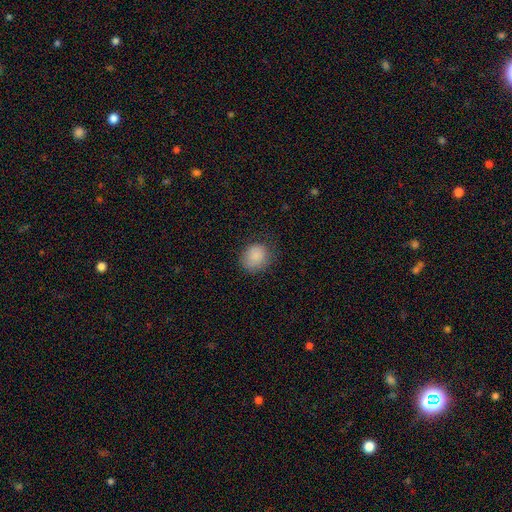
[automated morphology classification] smooth_or_featured: smooth (p=0.87) [alt: star or artifact p=0.08]
how_rounded: round (p=0.72) [alt: in between p=0.27]
merging: none (p=0.74) [alt: minor disturbance p=0.19]